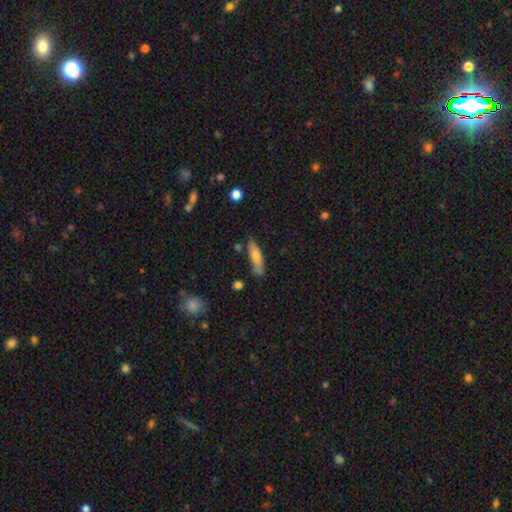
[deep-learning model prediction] Smooth or featured? smooth (69%)
How rounded? cigar-shaped (63%)
Merging? none (70%)